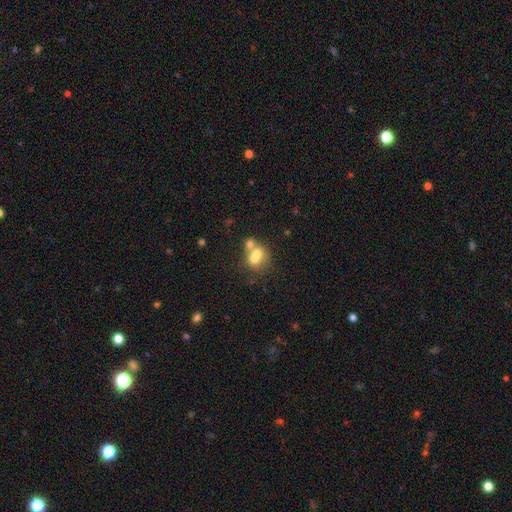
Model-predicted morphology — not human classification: smooth_or_featured: smooth (p=0.61) [alt: featured or disk p=0.26]
how_rounded: round (p=0.52) [alt: in between p=0.47]
merging: merger (p=0.60) [alt: none p=0.27]